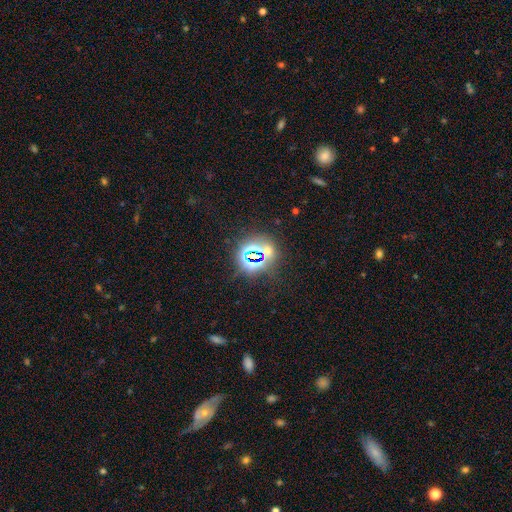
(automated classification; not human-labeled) A star or artifact, not a galaxy (74%).